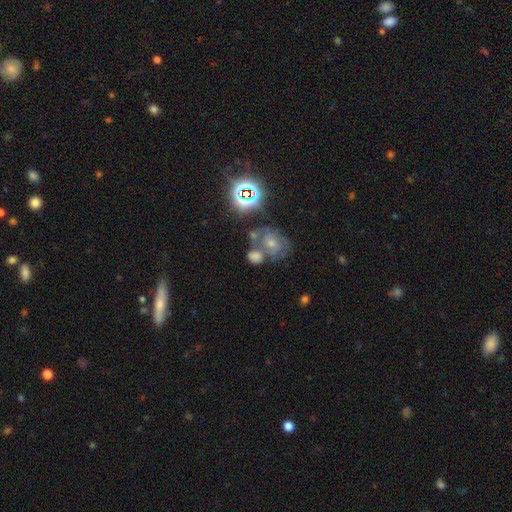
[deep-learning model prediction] The model was most divided on "merging": merger: 42%, none: 34%, minor disturbance: 14%, major disturbance: 10%. Remaining: smooth or featured — smooth (42%).